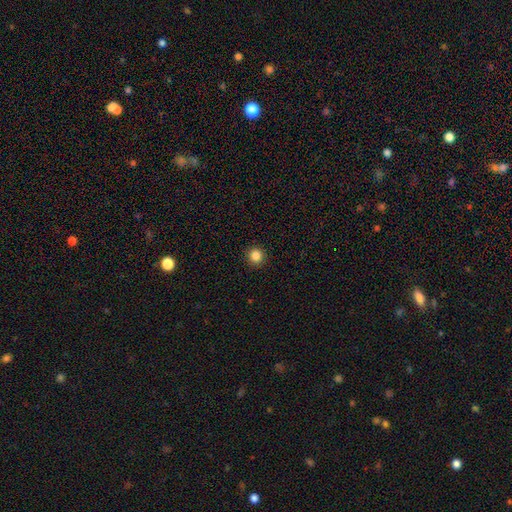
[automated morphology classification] This is clearly a smooth galaxy (85%). How rounded: clearly round (94%). Merging: clearly none (93%).